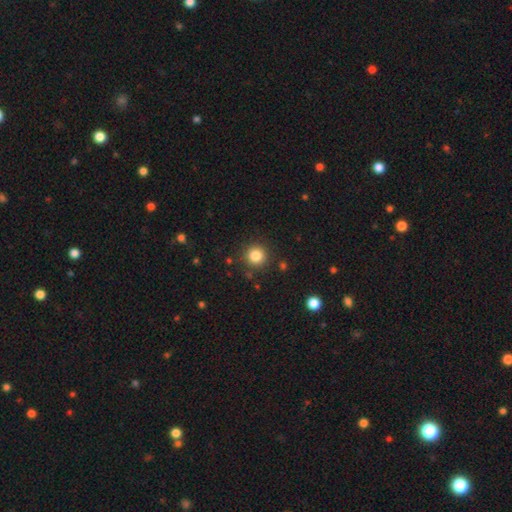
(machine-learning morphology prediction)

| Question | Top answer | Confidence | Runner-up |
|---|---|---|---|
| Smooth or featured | smooth | 84% | star or artifact (11%) |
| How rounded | round | 95% | in between (4%) |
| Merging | none | 89% | minor disturbance (7%) |